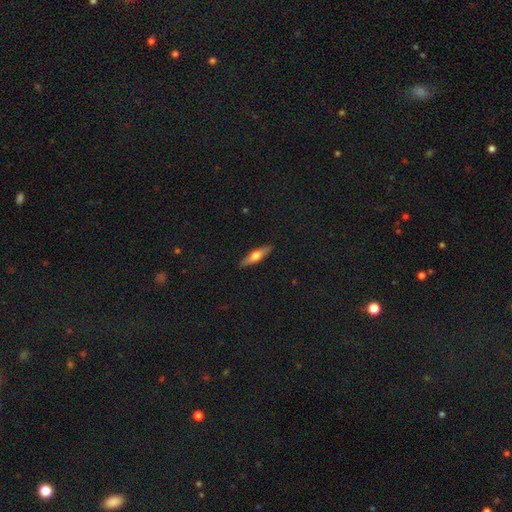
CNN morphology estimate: Smooth or featured? Predicted: featured or disk (p=0.48). Merging? Predicted: none (p=0.90).